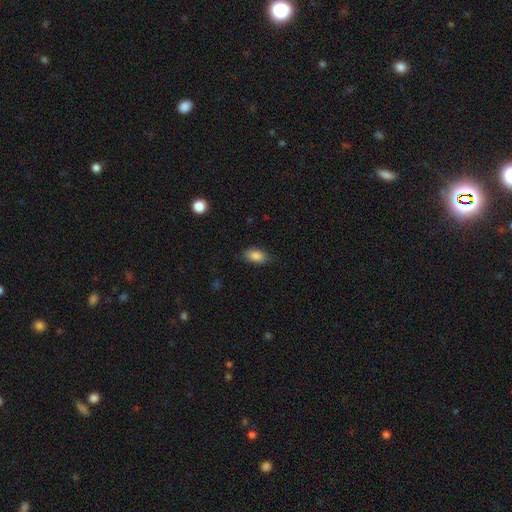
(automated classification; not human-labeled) A smooth galaxy with no disk features (86%) that is in between round and cigar-shaped (90%).

Vote fractions:
- Smooth or featured? smooth: 86% / star or artifact: 8% / featured or disk: 6%
- How rounded? in between: 90% / round: 7% / cigar-shaped: 3%
- Merging? none: 78% / minor disturbance: 17% / major disturbance: 3% / merger: 1%